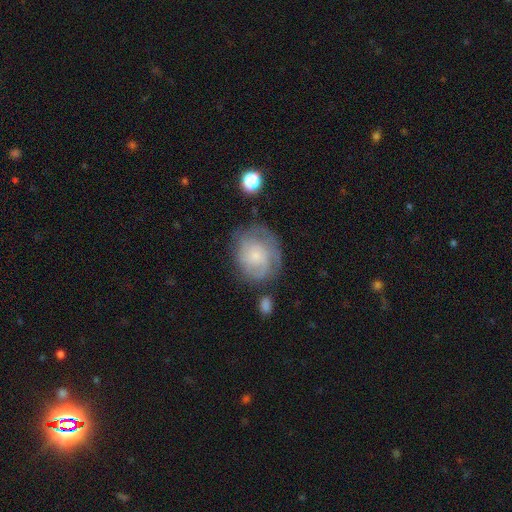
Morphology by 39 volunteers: Smooth or featured? featured or disk (67%)
Edge-on disk? no (100%)
Bar? no (73%)
Spiral arms? yes (92%)
Spiral winding? tight (58%)
Spiral arm count? can't tell (54%)
Bulge size? small (69%)
Merging? none (54%)